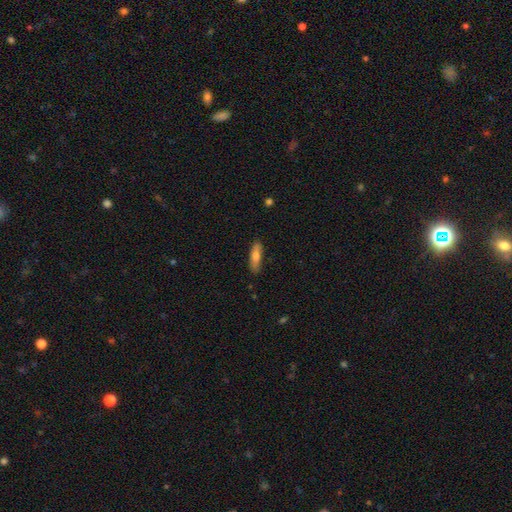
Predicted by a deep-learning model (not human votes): Smooth or featured: smooth — 72% (featured or disk — 21%)
How rounded: cigar-shaped — 56% (in between — 42%)
Merging: none — 82% (minor disturbance — 14%)